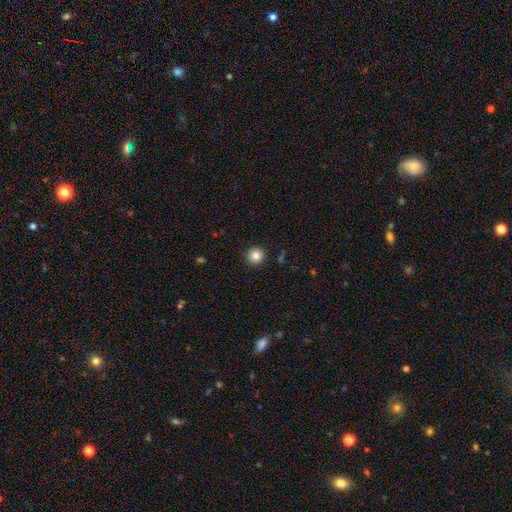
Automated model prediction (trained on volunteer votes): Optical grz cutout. It shows a smooth galaxy with no disk features (85%) that is round (95%). Merging: none (92%).